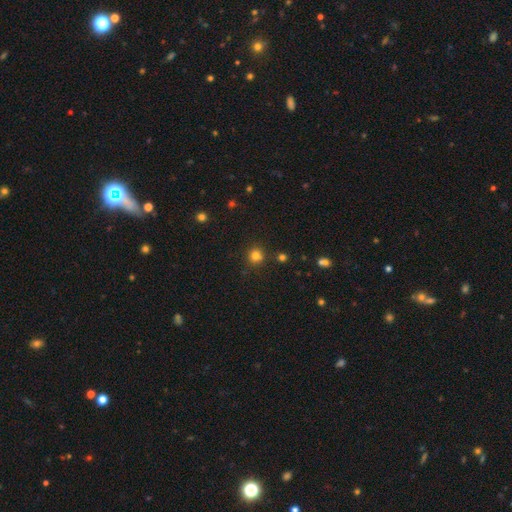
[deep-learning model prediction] This appears to be a smooth galaxy with no disk features (80%) that is round (92%). Merging: none (86%).